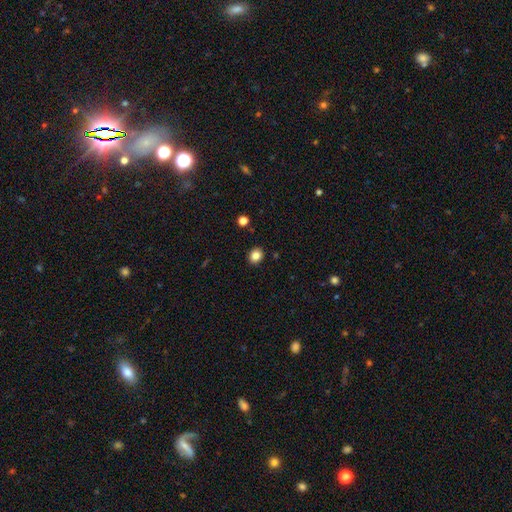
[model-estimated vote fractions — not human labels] This appears to be a smooth galaxy with no disk features (84%) that is round (65%). Merging: none (90%).